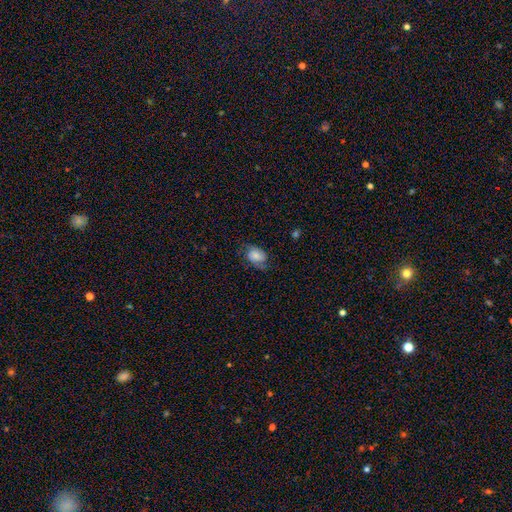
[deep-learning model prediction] Overall: smooth (52%; featured or disk 39%). How rounded: in between (75%). Merging: none (60%; minor disturbance 25%).